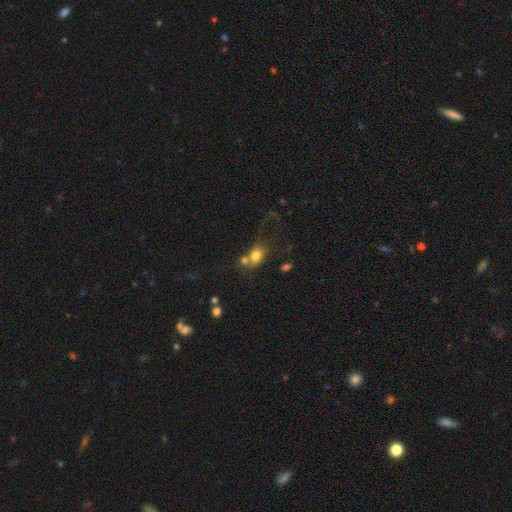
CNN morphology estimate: smooth-or-featured: smooth: 76% | featured or disk: 13% | star or artifact: 11%
  how-rounded: in between: 55% | round: 43% | cigar-shaped: 2%
  merging: none: 37% (tied) | merger: 37% (tied) | minor disturbance: 14% | major disturbance: 12%